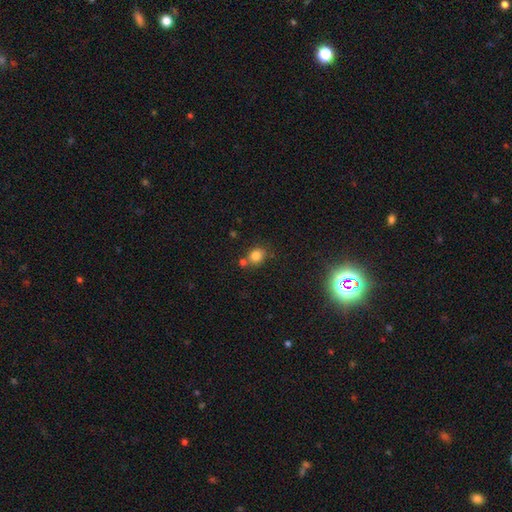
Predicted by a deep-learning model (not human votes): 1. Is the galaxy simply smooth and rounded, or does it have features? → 81% smooth, 12% star or artifact, 7% featured or disk.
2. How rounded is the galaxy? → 65% round, 34% in between, 1% cigar-shaped.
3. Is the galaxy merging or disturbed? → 65% none, 19% merger, 12% minor disturbance, 4% major disturbance.